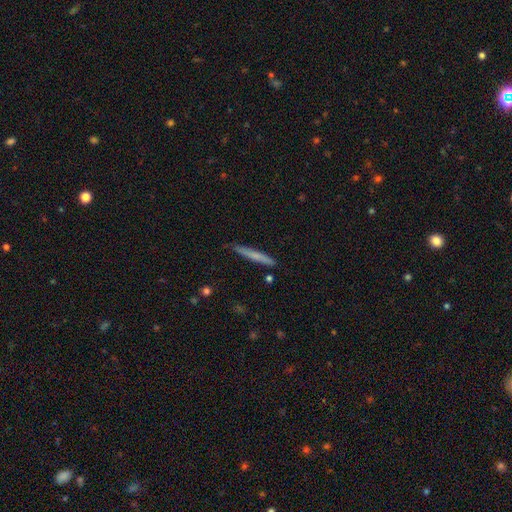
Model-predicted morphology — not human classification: Q: Smooth or featured?
A: smooth (62%); runner-up: featured or disk (32%)
Q: How rounded?
A: cigar-shaped (96%); runner-up: in between (2%)
Q: Merging?
A: none (86%); runner-up: minor disturbance (11%)